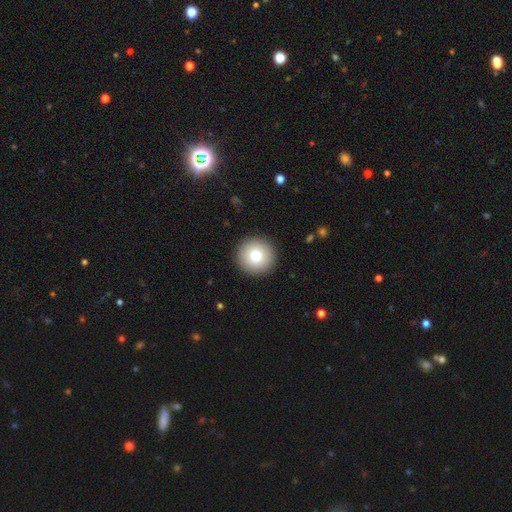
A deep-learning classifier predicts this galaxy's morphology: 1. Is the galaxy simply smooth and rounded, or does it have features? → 77% smooth, 13% featured or disk, 10% star or artifact.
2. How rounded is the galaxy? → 96% round, 3% in between, 1% cigar-shaped.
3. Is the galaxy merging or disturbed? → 93% none, 4% minor disturbance, 2% major disturbance, 1% merger.